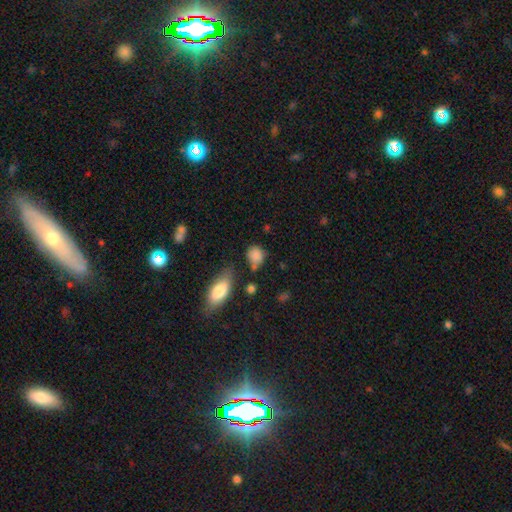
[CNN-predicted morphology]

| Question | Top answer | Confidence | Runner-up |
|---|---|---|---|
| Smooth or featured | smooth | 84% | star or artifact (10%) |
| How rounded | round | 65% | in between (32%) |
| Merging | none | 58% | minor disturbance (25%) |